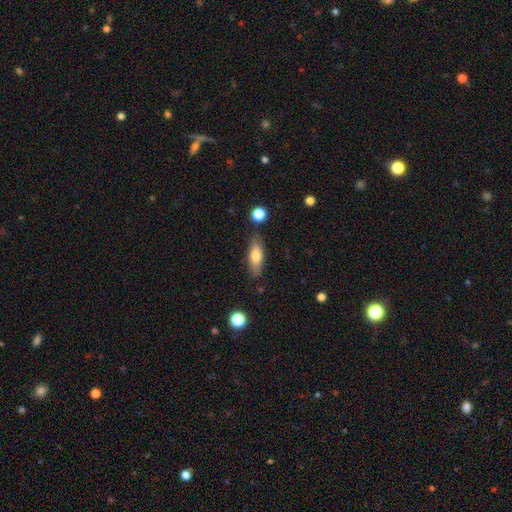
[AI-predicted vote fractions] This is likely a smooth galaxy (70%). How rounded: possibly in between (59%). Merging: clearly none (81%).